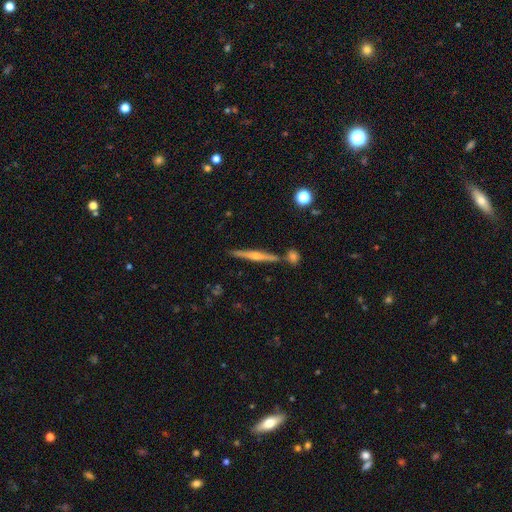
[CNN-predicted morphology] This is likely a featured or disk galaxy (74%). It is clearly viewed edge-on (98%). Edge-on bulge: clearly rounded (89%). Merging: clearly none (83%).